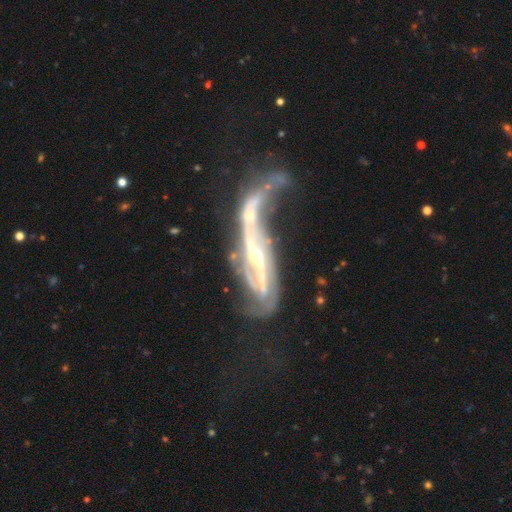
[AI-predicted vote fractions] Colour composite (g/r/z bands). It shows a featured or disk galaxy (87%) with a strong bar (42%), 2 (70%) loose (68%) spiral arms (87%) and a small central bulge (51%). Merging: major disturbance (36%).